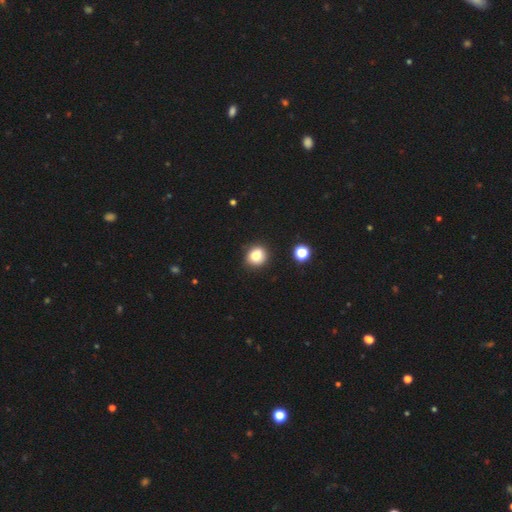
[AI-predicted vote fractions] Q: Smooth or featured?
A: smooth (79%); runner-up: star or artifact (12%)
Q: How rounded?
A: round (79%); runner-up: in between (20%)
Q: Merging?
A: none (85%); runner-up: minor disturbance (10%)